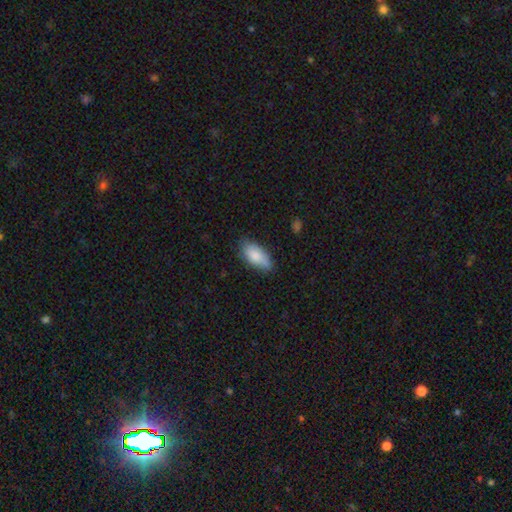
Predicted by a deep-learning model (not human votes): Smooth or featured? Predicted: smooth (p=0.82). How rounded? Predicted: in between (p=0.90). Merging? Predicted: none (p=0.72).